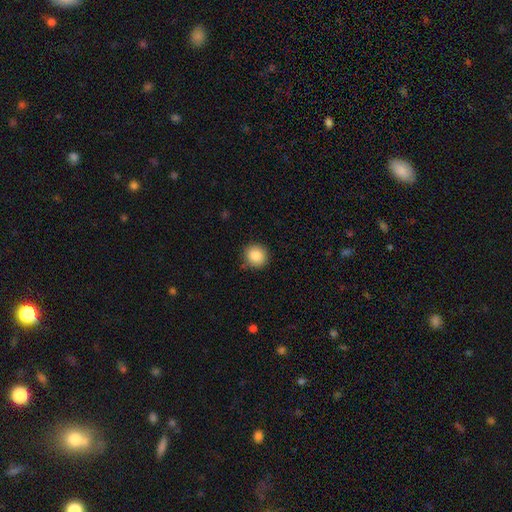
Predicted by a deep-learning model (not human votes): A smooth galaxy with no disk features (86%) that is round (91%). Merging: none (86%).